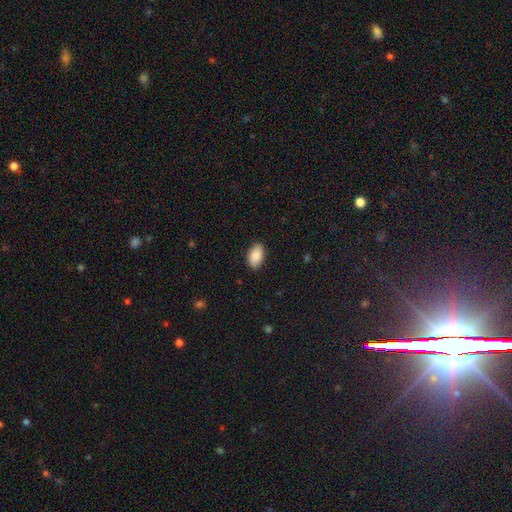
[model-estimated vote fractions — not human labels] smooth_or_featured: smooth (p=0.90) [alt: star or artifact p=0.06]
how_rounded: in between (p=0.94) [alt: round p=0.04]
merging: none (p=0.89) [alt: minor disturbance p=0.08]